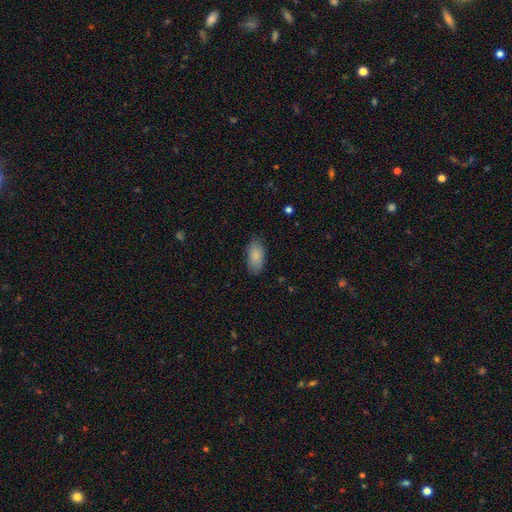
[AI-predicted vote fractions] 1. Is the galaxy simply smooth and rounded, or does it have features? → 87% smooth, 7% featured or disk, 6% star or artifact.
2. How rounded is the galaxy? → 94% in between, 4% cigar-shaped, 2% round.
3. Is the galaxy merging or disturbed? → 83% none, 13% minor disturbance, 3% major disturbance, 1% merger.